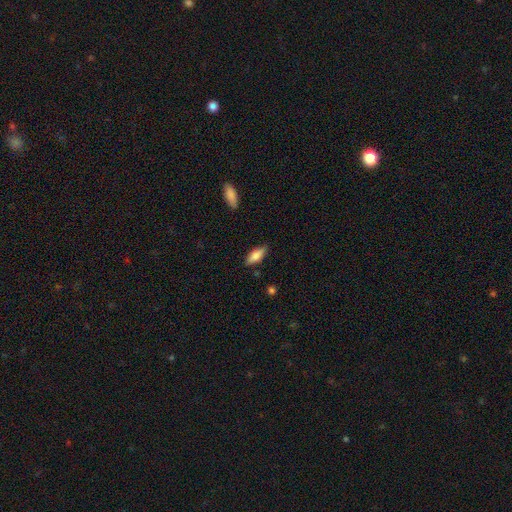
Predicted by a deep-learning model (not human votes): Morphology: type=smooth (73%); roundness=in between (70%); merging=none (84%).